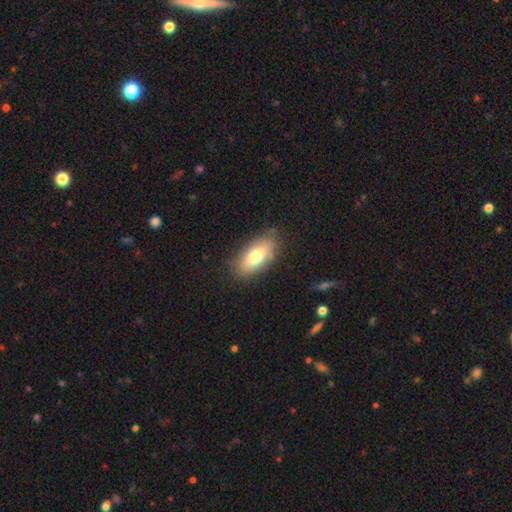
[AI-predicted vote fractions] A smooth galaxy with no disk features (75%) that is in between round and cigar-shaped (87%).

Vote fractions:
- Smooth or featured? smooth: 75% / featured or disk: 18% / star or artifact: 7%
- How rounded? in between: 87% / cigar-shaped: 9% / round: 3%
- Merging? none: 82% / minor disturbance: 13% / major disturbance: 4% / merger: 1%